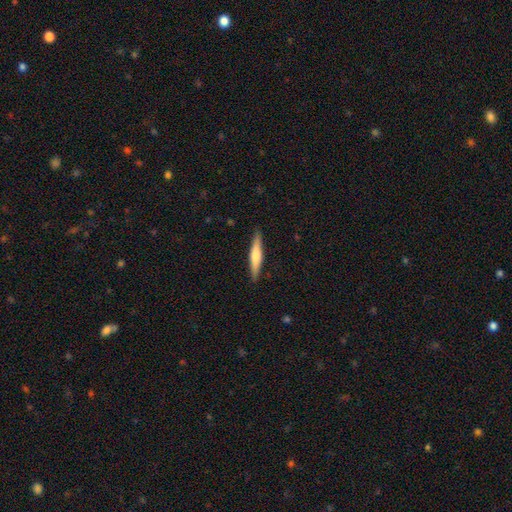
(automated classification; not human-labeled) Smooth or featured? smooth (50%)
Merging? none (90%)